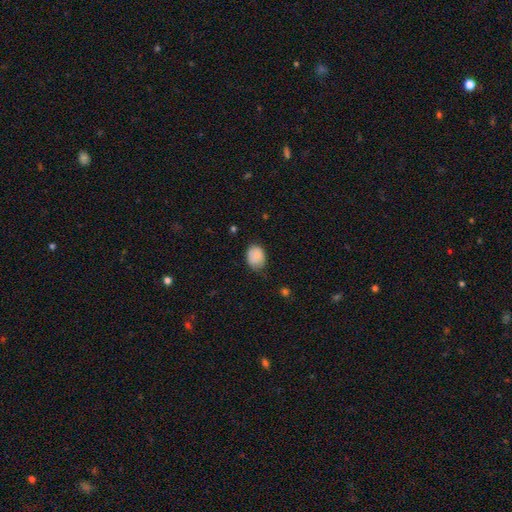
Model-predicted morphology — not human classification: A smooth galaxy with no disk features (84%) that is in between round and cigar-shaped (62%). Merging: none (65%).